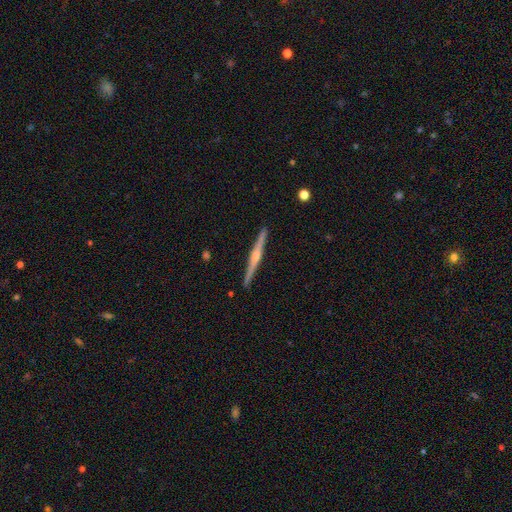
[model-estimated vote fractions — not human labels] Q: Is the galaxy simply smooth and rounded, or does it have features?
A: featured or disk — 80%.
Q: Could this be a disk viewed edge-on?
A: yes — 99%.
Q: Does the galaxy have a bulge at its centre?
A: rounded — 83%.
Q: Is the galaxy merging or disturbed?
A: none — 92%.